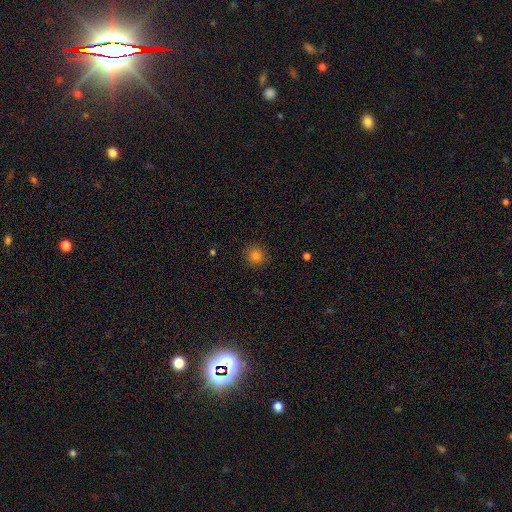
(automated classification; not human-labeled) smooth 80%, star or artifact 13%, featured or disk 6%. Down the decision tree: how rounded — round (91%); merging — none (90%).